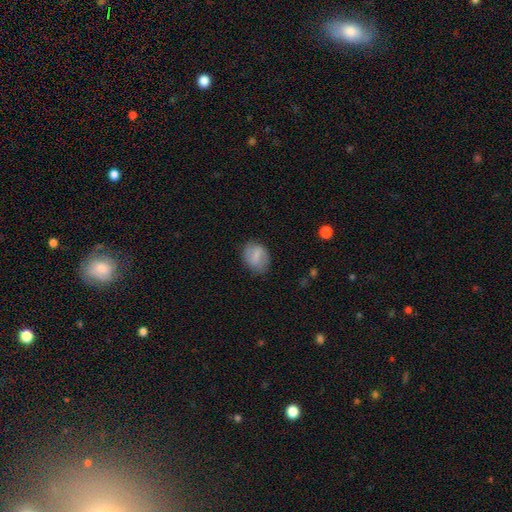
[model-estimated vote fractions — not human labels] Q: Smooth or featured?
A: smooth (63%); runner-up: featured or disk (30%)
Q: How rounded?
A: in between (67%); runner-up: round (31%)
Q: Merging?
A: none (75%); runner-up: minor disturbance (18%)